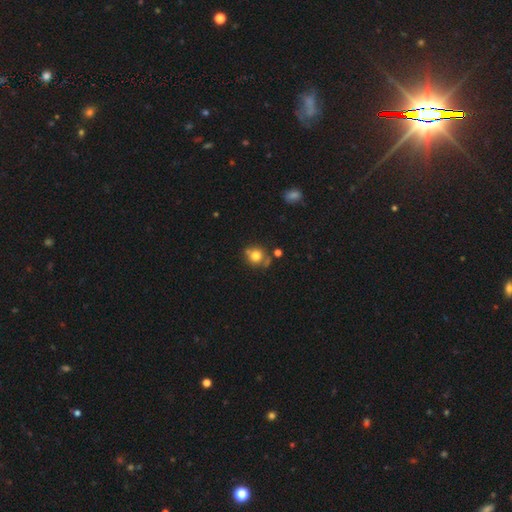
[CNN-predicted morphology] Smooth or featured? smooth (75%)
How rounded? round (83%)
Merging? none (64%)